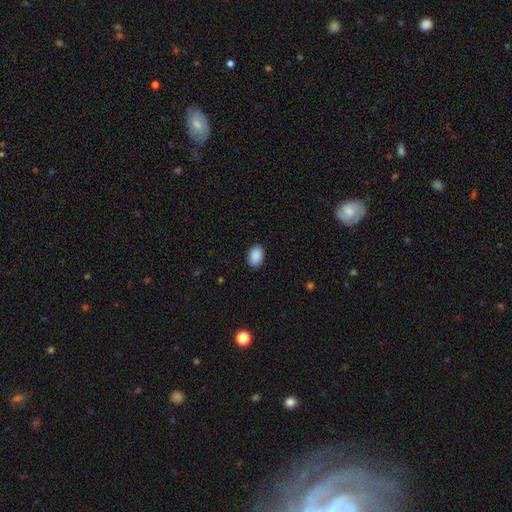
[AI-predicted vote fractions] Morphology: type=smooth (90%); roundness=in between (84%); merging=none (89%).